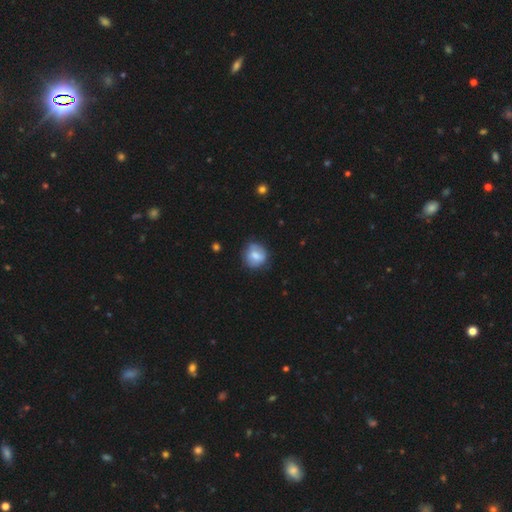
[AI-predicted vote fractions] smooth-or-featured: smooth: 70% | featured or disk: 23% | star or artifact: 8%
  how-rounded: round: 82% | in between: 17% | cigar-shaped: 1%
  merging: none: 73% | minor disturbance: 20% | major disturbance: 5% | merger: 2%